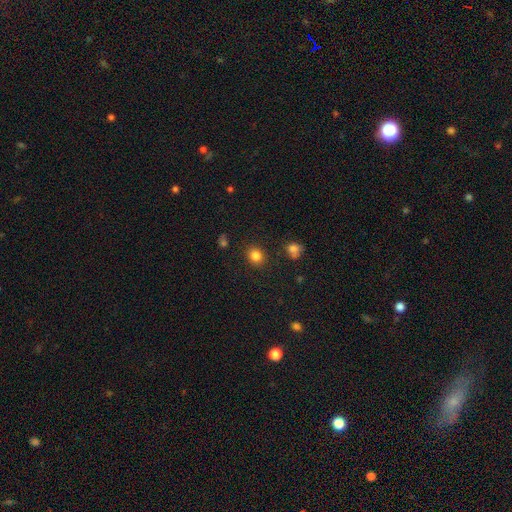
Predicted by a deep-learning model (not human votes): Smooth or featured?
  - smooth: 82% *
  - star or artifact: 12%
  - featured or disk: 5%
How rounded?
  - round: 78% *
  - in between: 21%
  - cigar-shaped: 1%
Merging?
  - none: 88% *
  - minor disturbance: 8%
  - major disturbance: 2%
  - merger: 2%